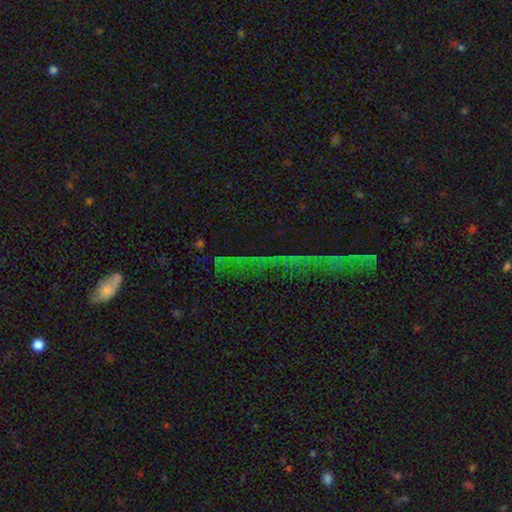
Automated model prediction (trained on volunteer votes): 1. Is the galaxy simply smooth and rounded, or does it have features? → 78% star or artifact, 12% featured or disk, 10% smooth.